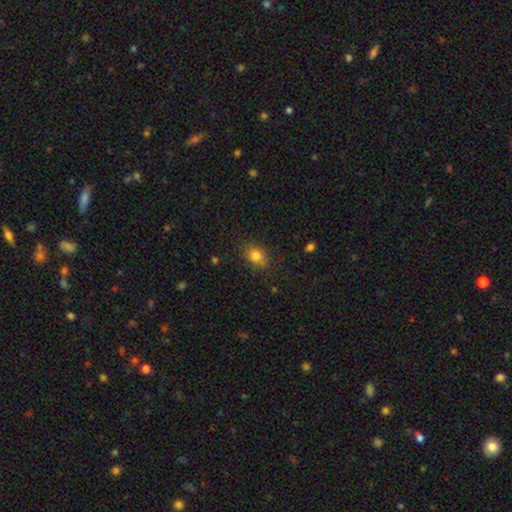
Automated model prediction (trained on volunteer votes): smooth 82%, star or artifact 11%, featured or disk 7%. Down the decision tree: how rounded — in between (56%); merging — none (78%).